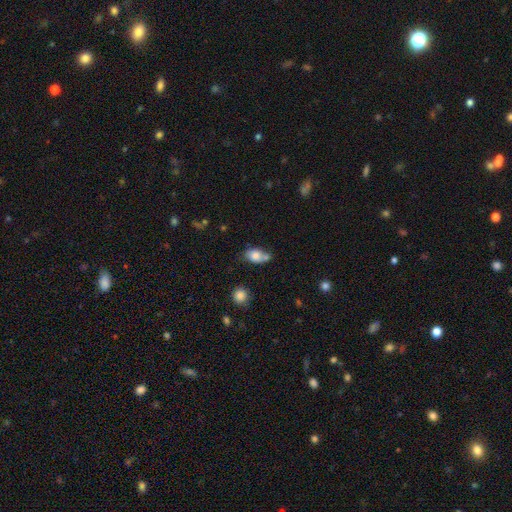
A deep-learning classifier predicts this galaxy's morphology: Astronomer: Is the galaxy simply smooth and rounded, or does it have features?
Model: smooth — 75%.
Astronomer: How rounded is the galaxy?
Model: in between — 76%.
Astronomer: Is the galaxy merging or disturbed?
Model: none — 43% (runner-up: merger, 28%).